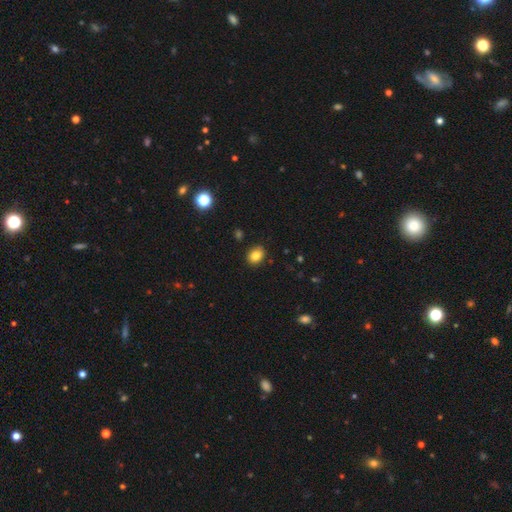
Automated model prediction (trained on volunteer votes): smooth 83%, star or artifact 10%, featured or disk 7%. Down the decision tree: how rounded — in between (52%); merging — none (88%).